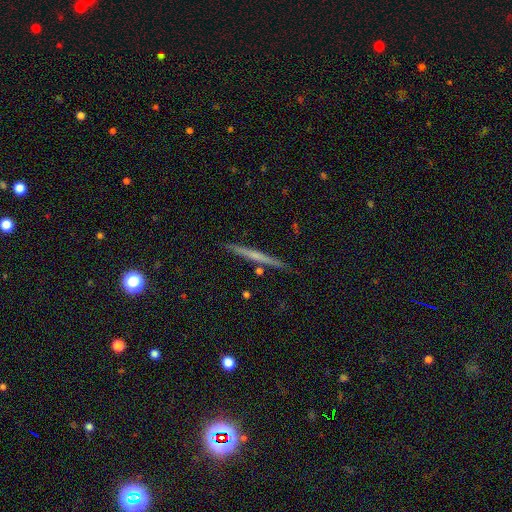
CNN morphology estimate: Smooth or featured? Predicted: featured or disk (p=0.55). Edge-on disk? Predicted: yes (p=0.98). Edge-on bulge? Predicted: none (p=0.71). Merging? Predicted: none (p=0.90).